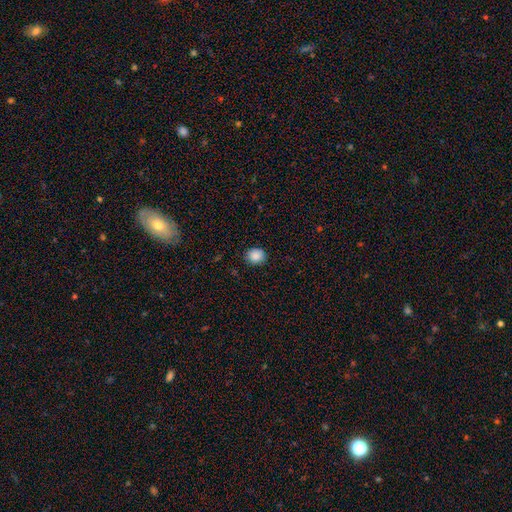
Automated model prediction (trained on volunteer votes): Q: Smooth or featured?
A: smooth (87%); runner-up: star or artifact (9%)
Q: How rounded?
A: round (74%); runner-up: in between (25%)
Q: Merging?
A: none (86%); runner-up: minor disturbance (10%)